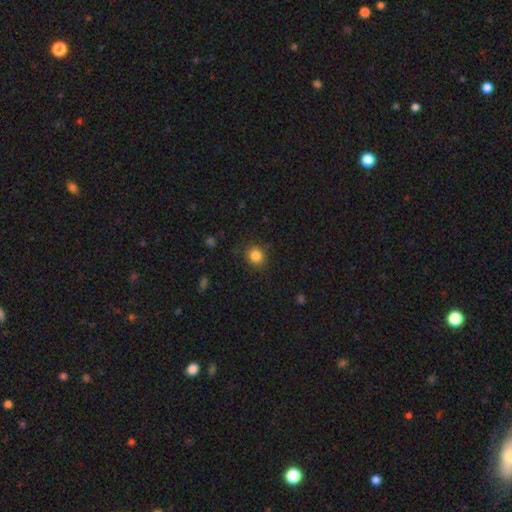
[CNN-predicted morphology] Smooth or featured: smooth — 85% (star or artifact — 11%)
How rounded: round — 81% (in between — 18%)
Merging: none — 84% (minor disturbance — 11%)